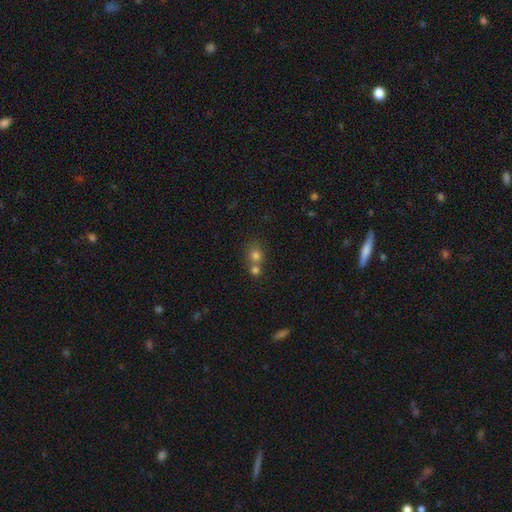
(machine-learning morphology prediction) This is likely a smooth galaxy (75%). How rounded: likely round (77%). Merging: possibly merger (48%).